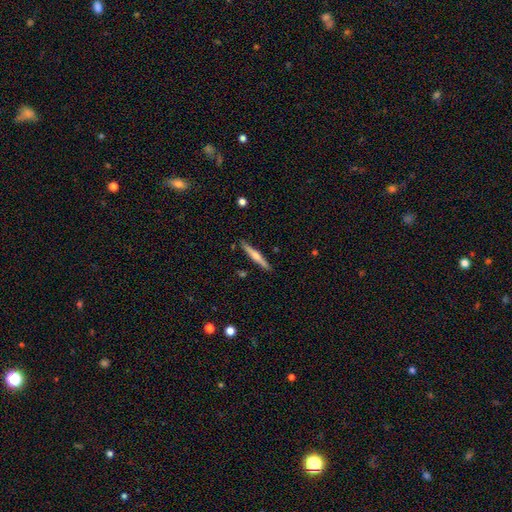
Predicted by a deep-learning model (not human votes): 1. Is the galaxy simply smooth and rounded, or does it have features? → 49% featured or disk, 46% smooth, 5% star or artifact.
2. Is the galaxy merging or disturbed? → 89% none, 8% minor disturbance, 2% merger, 2% major disturbance.